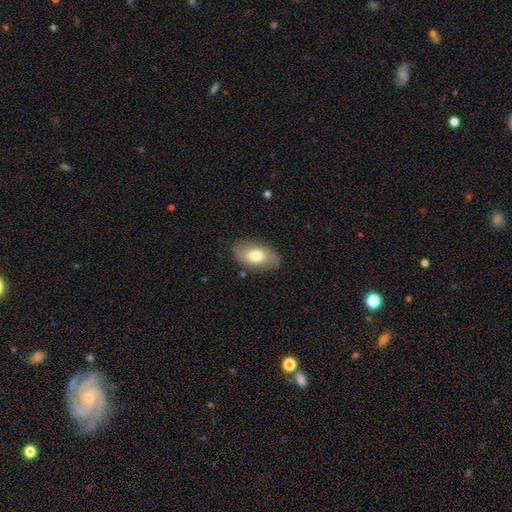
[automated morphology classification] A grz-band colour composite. It shows a smooth galaxy with no disk features (67%) that is in between round and cigar-shaped (93%). Merging: none (81%).